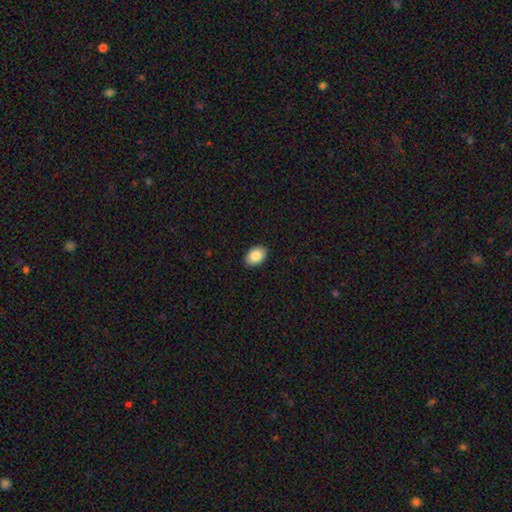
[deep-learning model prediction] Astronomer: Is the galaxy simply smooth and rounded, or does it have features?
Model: smooth — 88%.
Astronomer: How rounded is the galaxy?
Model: in between — 83%.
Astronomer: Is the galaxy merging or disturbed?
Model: none — 89%.